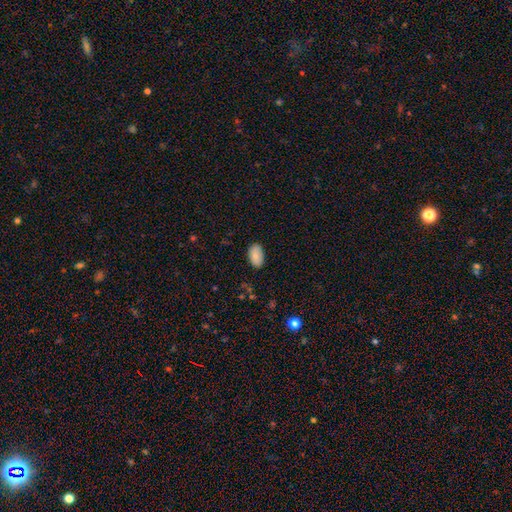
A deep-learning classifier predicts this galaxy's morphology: Smooth or featured?
  - smooth: 86% *
  - star or artifact: 7%
  - featured or disk: 7%
How rounded?
  - in between: 94% *
  - round: 4%
  - cigar-shaped: 2%
Merging?
  - none: 84% *
  - minor disturbance: 13%
  - major disturbance: 2%
  - merger: 1%